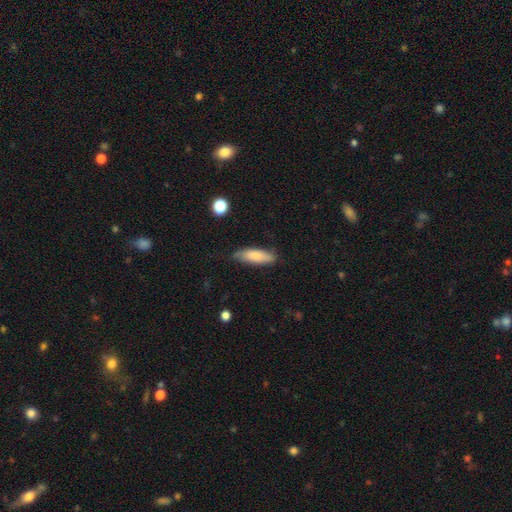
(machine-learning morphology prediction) type=smooth (81%); roundness=in between (52%); merging=none (75%).